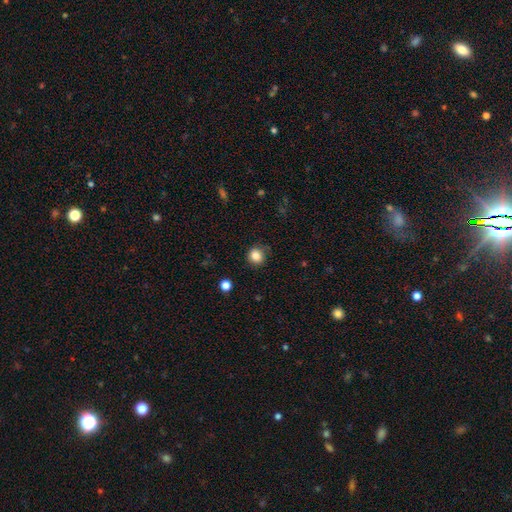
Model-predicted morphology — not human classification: smooth-or-featured: smooth: 85% | star or artifact: 11% | featured or disk: 5%
  how-rounded: round: 88% | in between: 11% | cigar-shaped: 1%
  merging: none: 82% | minor disturbance: 13% | major disturbance: 3% | merger: 2%